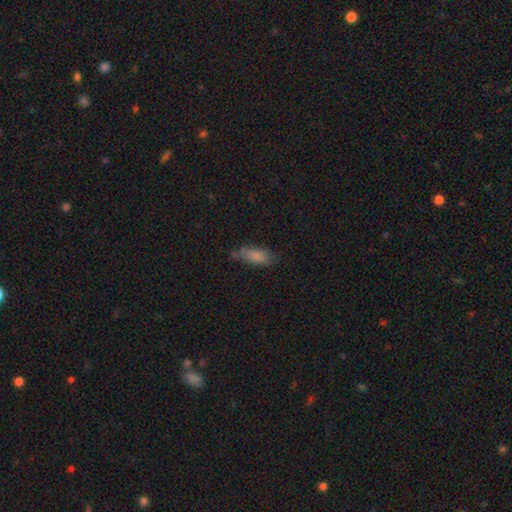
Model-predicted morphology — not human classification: Smooth or featured? smooth (80%)
How rounded? in between (71%)
Merging? none (62%)